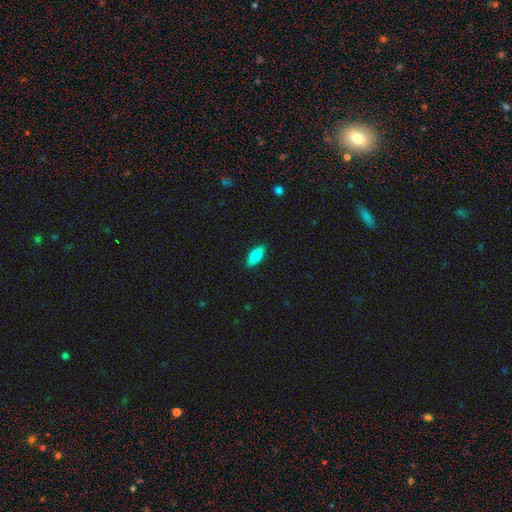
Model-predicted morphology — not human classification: smooth-or-featured: smooth: 83% | featured or disk: 11% | star or artifact: 6%
  how-rounded: in between: 79% | cigar-shaped: 19% | round: 2%
  merging: none: 89% | minor disturbance: 8% | major disturbance: 2% | merger: 1%